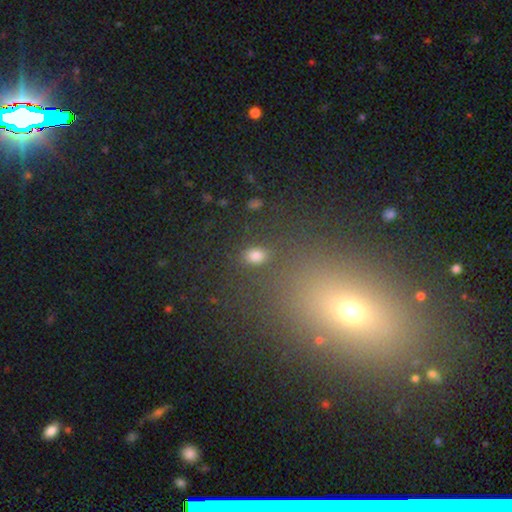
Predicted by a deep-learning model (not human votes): This is likely a smooth galaxy (78%). How rounded: likely in between (72%). Merging: clearly none (83%).